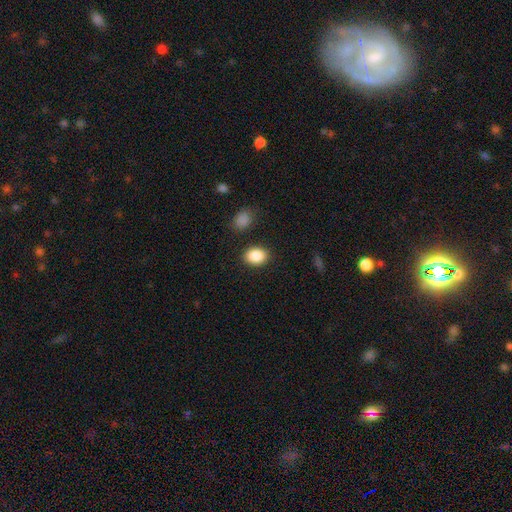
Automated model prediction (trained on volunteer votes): Smooth or featured?
  - smooth: 88% *
  - star or artifact: 8%
  - featured or disk: 4%
How rounded?
  - in between: 64% *
  - round: 35%
  - cigar-shaped: 1%
Merging?
  - none: 86% *
  - minor disturbance: 8%
  - major disturbance: 3%
  - merger: 3%